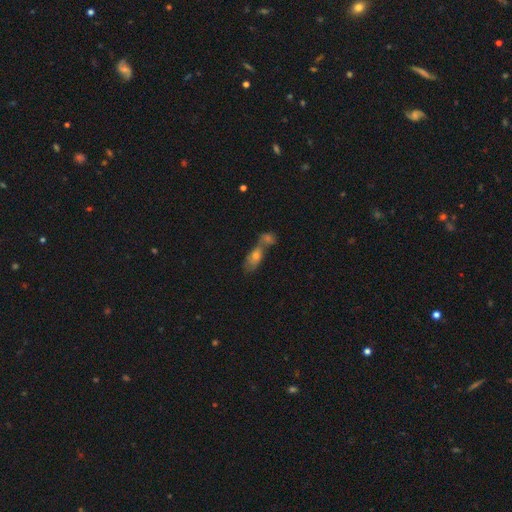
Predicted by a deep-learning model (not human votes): Morphology: type=smooth (59%); roundness=in between (74%); merging=merger (61%).